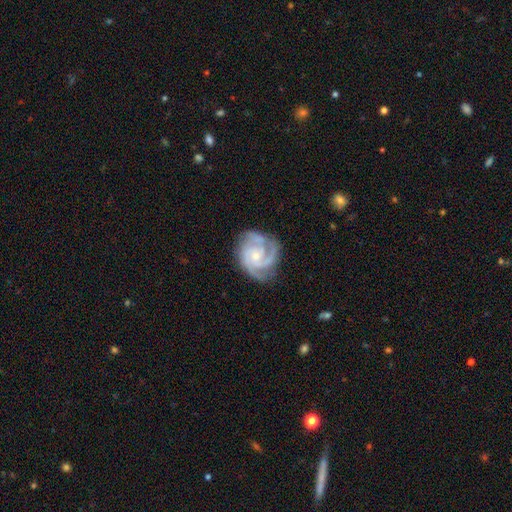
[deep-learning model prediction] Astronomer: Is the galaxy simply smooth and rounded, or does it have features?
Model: featured or disk — 91%.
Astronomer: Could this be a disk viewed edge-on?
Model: no — 98%.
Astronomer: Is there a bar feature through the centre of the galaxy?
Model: no — 69%.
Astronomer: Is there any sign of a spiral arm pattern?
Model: yes — 98%.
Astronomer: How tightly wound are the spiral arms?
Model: tight — 61%.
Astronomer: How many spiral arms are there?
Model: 3 — 66%.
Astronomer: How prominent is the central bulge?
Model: small — 68%.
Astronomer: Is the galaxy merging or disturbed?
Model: none — 75%.